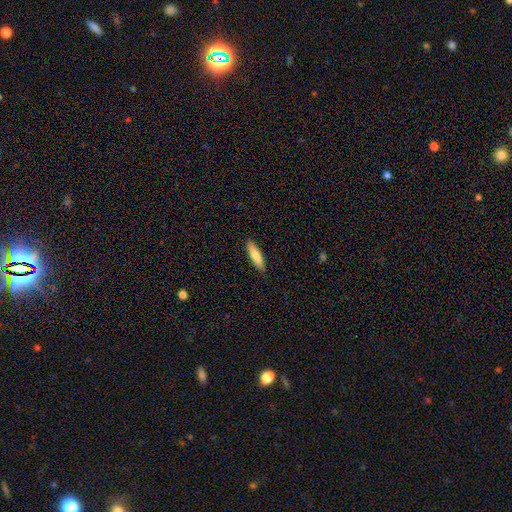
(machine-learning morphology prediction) smooth-or-featured: smooth: 82% | featured or disk: 12% | star or artifact: 6%
  how-rounded: cigar-shaped: 72% | in between: 27% | round: 1%
  merging: none: 89% | minor disturbance: 8% | major disturbance: 2% | merger: 1%